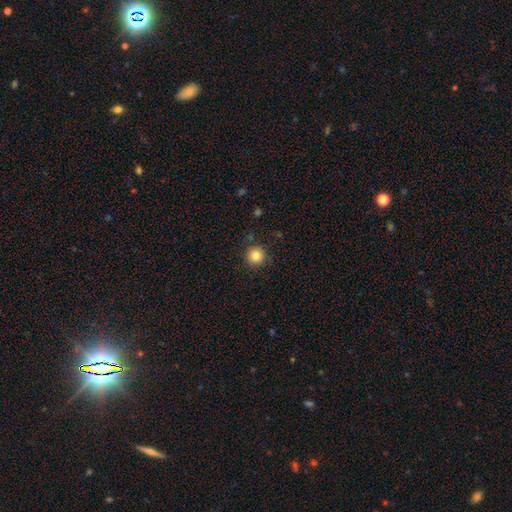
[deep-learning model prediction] A smooth galaxy with no disk features (84%) that is round (95%).

Vote fractions:
- Smooth or featured? smooth: 84% / star or artifact: 11% / featured or disk: 5%
- How rounded? round: 95% / in between: 4% / cigar-shaped: 1%
- Merging? none: 88% / minor disturbance: 8% / major disturbance: 2% / merger: 2%